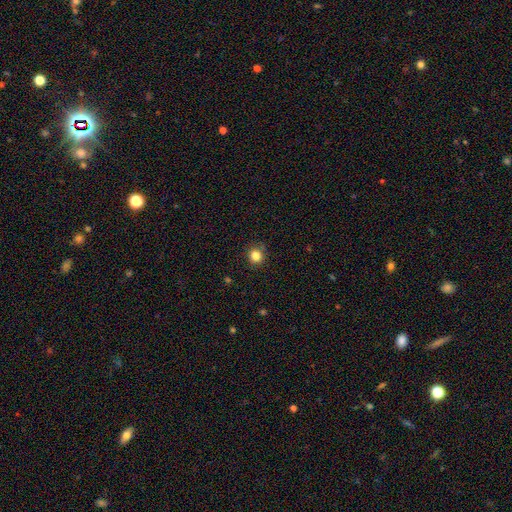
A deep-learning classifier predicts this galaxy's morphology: This is clearly a smooth galaxy (83%). How rounded: clearly round (88%). Merging: clearly none (87%).